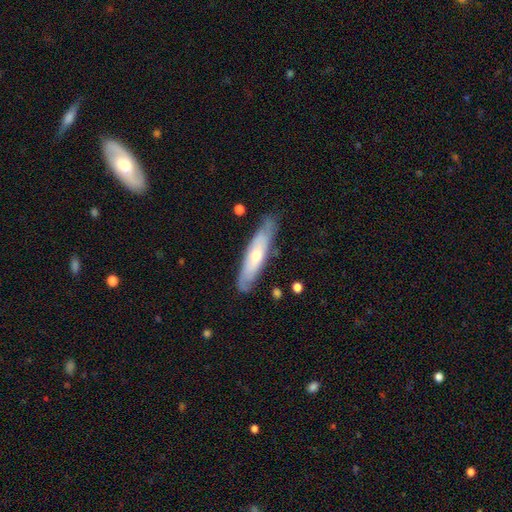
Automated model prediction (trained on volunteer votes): Smooth or featured?
  - featured or disk: 55% *
  - smooth: 40%
  - star or artifact: 5%
Edge-on disk?
  - no: 51% *
  - yes: 49%
Merging?
  - none: 76% *
  - minor disturbance: 19%
  - major disturbance: 4%
  - merger: 2%